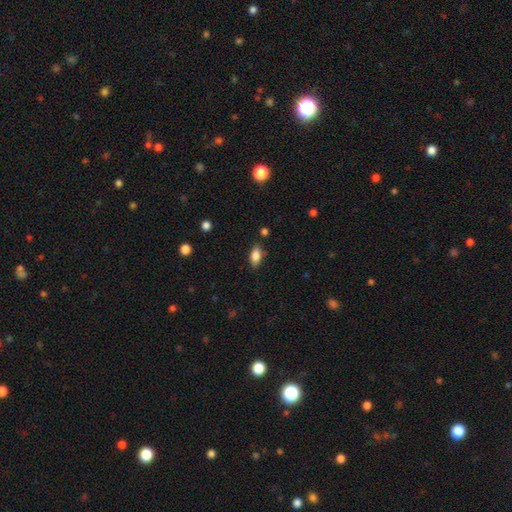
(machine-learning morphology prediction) This appears to be a smooth galaxy with no disk features (83%) that is in between round and cigar-shaped (89%). Merging: none (83%).